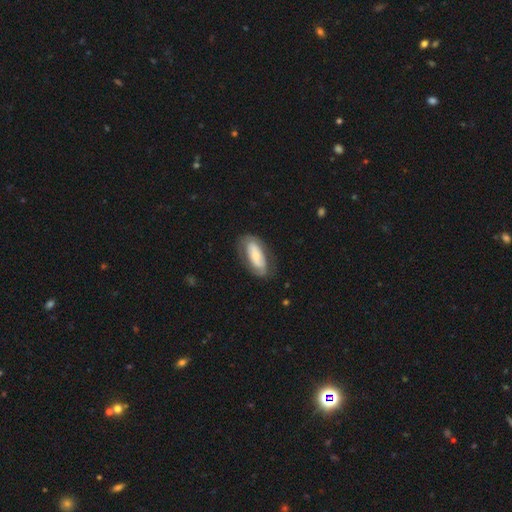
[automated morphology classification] featured or disk 48%, smooth 46%, star or artifact 6%. Down the decision tree: merging — none (73%).